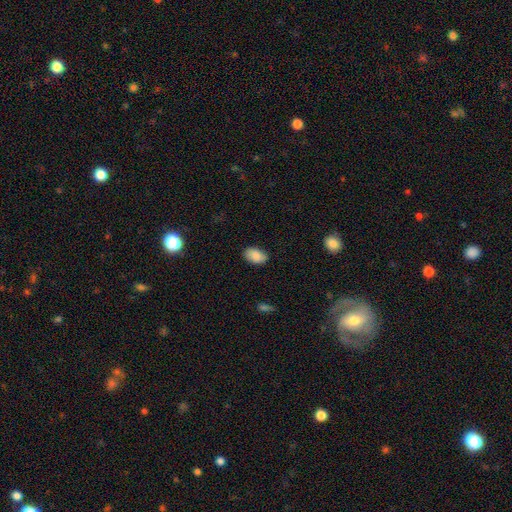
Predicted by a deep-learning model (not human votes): smooth_or_featured: smooth (p=0.85) [alt: featured or disk p=0.08]
how_rounded: in between (p=0.90) [alt: round p=0.09]
merging: none (p=0.79) [alt: minor disturbance p=0.17]